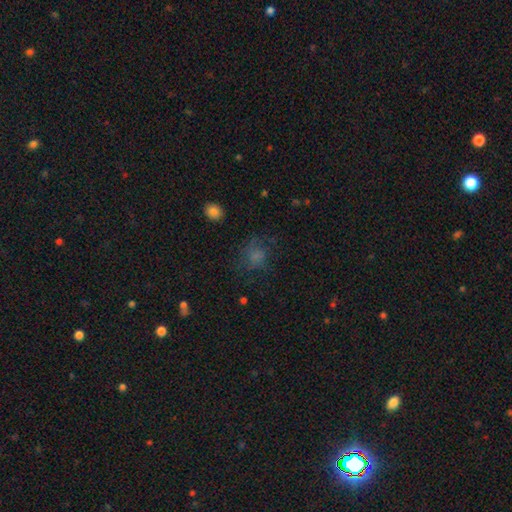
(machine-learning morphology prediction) This is possibly a smooth galaxy (57%). How rounded: likely round (69%). Merging: possibly none (57%).